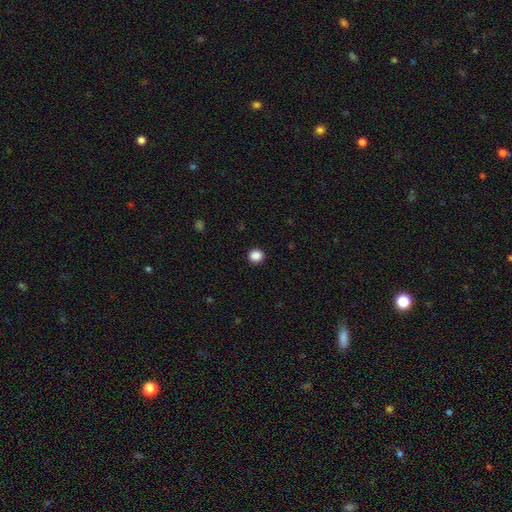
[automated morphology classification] Overall: smooth (87%). How rounded: round (89%). Merging: none (92%).